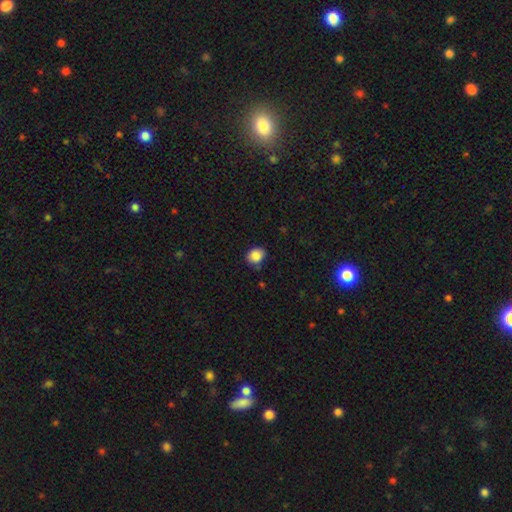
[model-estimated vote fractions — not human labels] Q: Smooth or featured?
A: smooth (87%); runner-up: star or artifact (9%)
Q: How rounded?
A: round (57%); runner-up: in between (42%)
Q: Merging?
A: none (72%); runner-up: minor disturbance (21%)